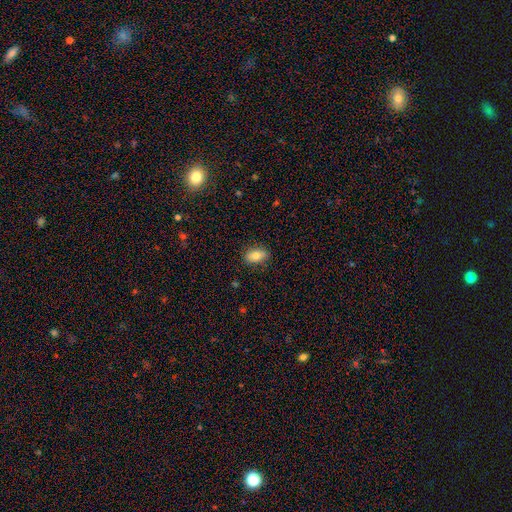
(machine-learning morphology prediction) A smooth galaxy with no disk features (76%) that is in between round and cigar-shaped (86%).

Vote fractions:
- Smooth or featured? smooth: 76% / featured or disk: 16% / star or artifact: 8%
- How rounded? in between: 86% / round: 10% / cigar-shaped: 4%
- Merging? none: 84% / minor disturbance: 12% / major disturbance: 3% / merger: 1%